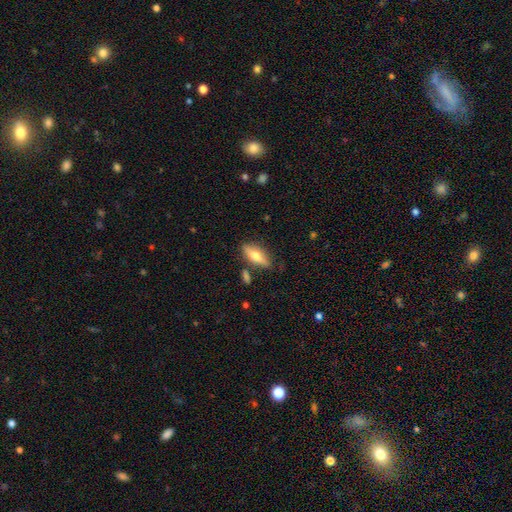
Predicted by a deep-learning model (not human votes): smooth_or_featured: smooth (p=0.61) [alt: featured or disk p=0.32]
how_rounded: in between (p=0.66) [alt: cigar-shaped p=0.31]
merging: none (p=0.75) [alt: minor disturbance p=0.16]